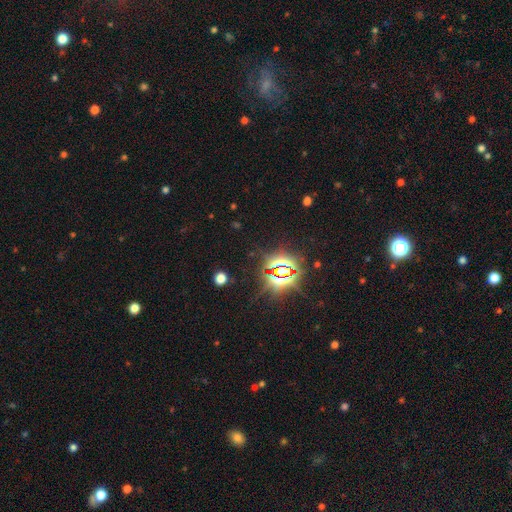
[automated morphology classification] Smooth or featured?
  - star or artifact: 83% *
  - smooth: 10%
  - featured or disk: 7%